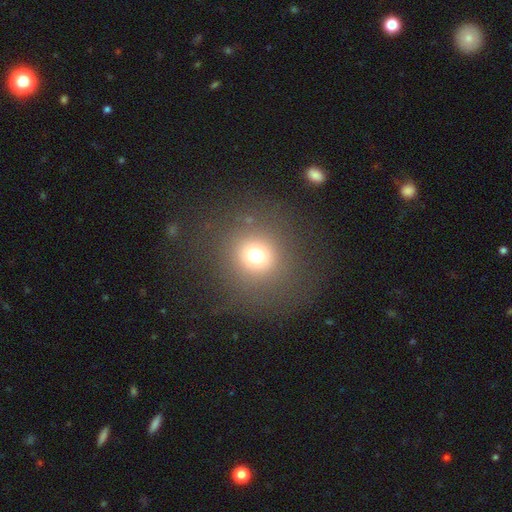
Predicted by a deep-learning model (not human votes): Smooth or featured: smooth — 71% (star or artifact — 20%)
How rounded: round — 90% (in between — 9%)
Merging: none — 84% (minor disturbance — 8%)